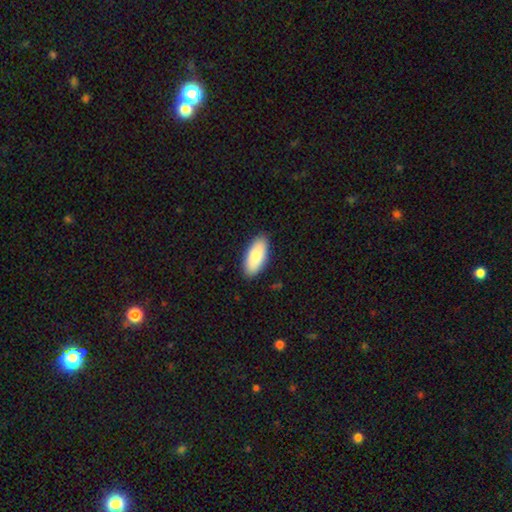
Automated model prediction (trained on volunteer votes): Smooth or featured?
  - smooth: 87% *
  - featured or disk: 8%
  - star or artifact: 5%
How rounded?
  - in between: 90% *
  - cigar-shaped: 8%
  - round: 2%
Merging?
  - none: 88% *
  - minor disturbance: 10%
  - major disturbance: 2%
  - merger: 1%